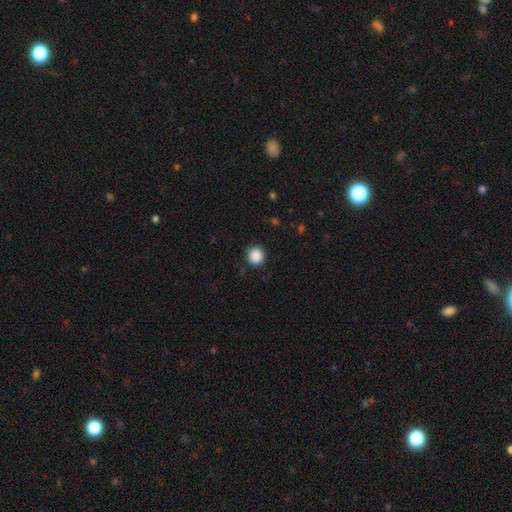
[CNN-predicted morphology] The model was most divided on "merging": none: 88%, minor disturbance: 9%, major disturbance: 3%, merger: 1%. More confident: how rounded — round (92%); smooth or featured — smooth (88%).